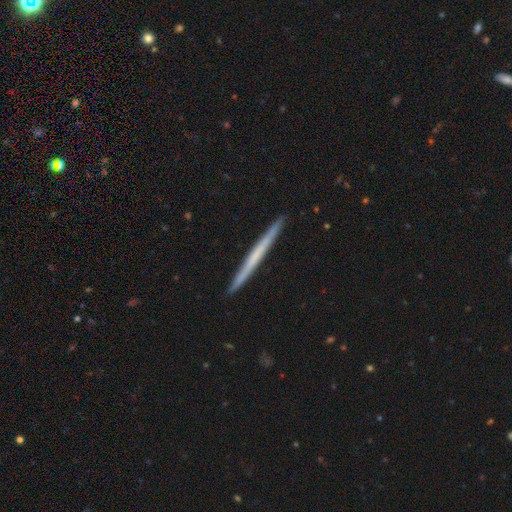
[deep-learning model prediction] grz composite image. It shows a featured or disk galaxy (50%). Merging: none (93%).